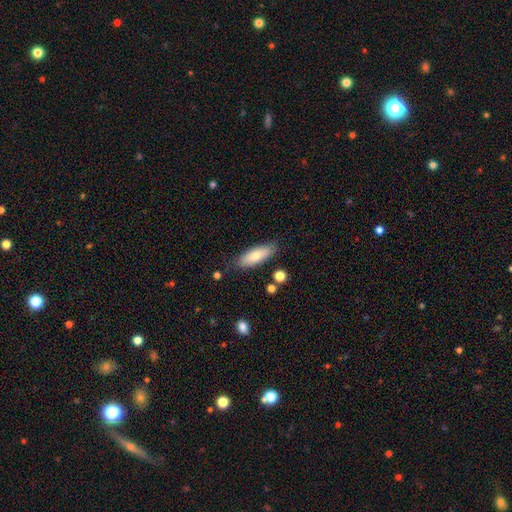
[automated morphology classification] Smooth or featured? Predicted: smooth (p=0.74). How rounded? Predicted: in between (p=0.60). Merging? Predicted: none (p=0.81).